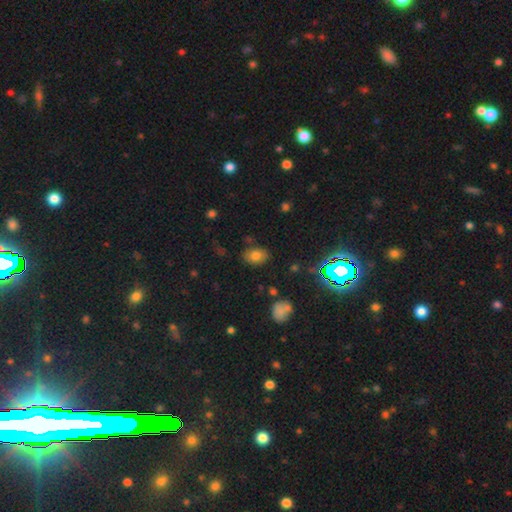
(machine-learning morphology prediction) Smooth or featured? Predicted: smooth (p=0.75). How rounded? Predicted: in between (p=0.82). Merging? Predicted: none (p=0.80).